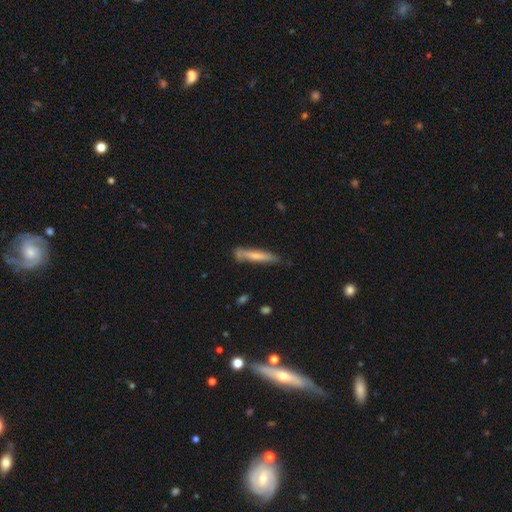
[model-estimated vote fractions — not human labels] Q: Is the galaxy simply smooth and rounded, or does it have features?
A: smooth — 62%.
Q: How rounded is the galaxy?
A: cigar-shaped — 92%.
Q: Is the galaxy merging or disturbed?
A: none — 70%.